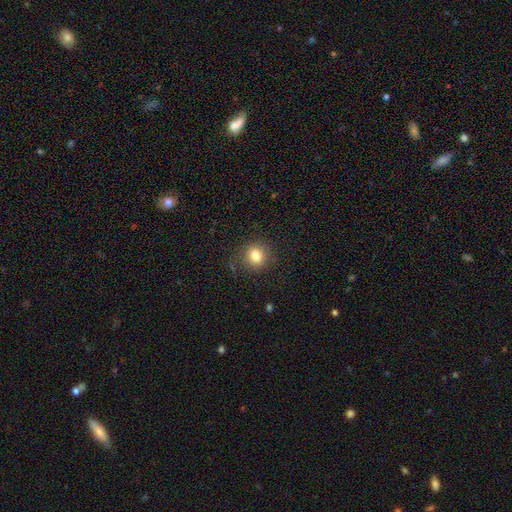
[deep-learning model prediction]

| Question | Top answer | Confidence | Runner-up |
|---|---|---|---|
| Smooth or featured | smooth | 80% | star or artifact (12%) |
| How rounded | round | 82% | in between (17%) |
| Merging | none | 85% | minor disturbance (10%) |